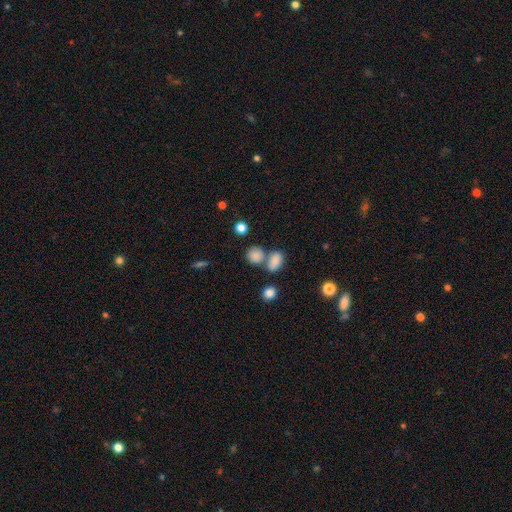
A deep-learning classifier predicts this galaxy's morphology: A smooth galaxy with no disk features (83%) that is round (62%).

Vote fractions:
- Smooth or featured? smooth: 83% / star or artifact: 10% / featured or disk: 7%
- How rounded? round: 62% / in between: 36% / cigar-shaped: 2%
- Merging? none: 52% / merger: 34% / minor disturbance: 10% / major disturbance: 4%